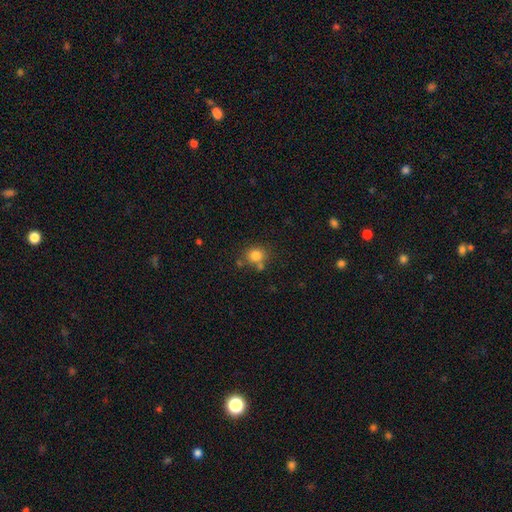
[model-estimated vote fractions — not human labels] Smooth or featured: smooth — 80% (star or artifact — 12%)
How rounded: round — 79% (in between — 20%)
Merging: none — 67% (merger — 16%)